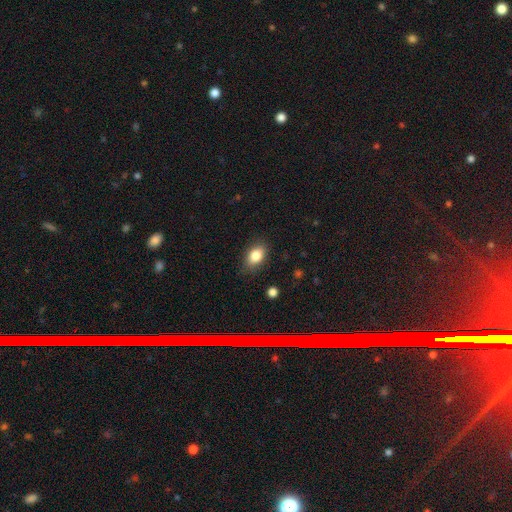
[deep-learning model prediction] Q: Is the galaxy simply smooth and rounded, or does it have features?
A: smooth — 84%.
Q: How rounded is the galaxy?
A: in between — 82%.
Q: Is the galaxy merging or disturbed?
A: none — 82%.